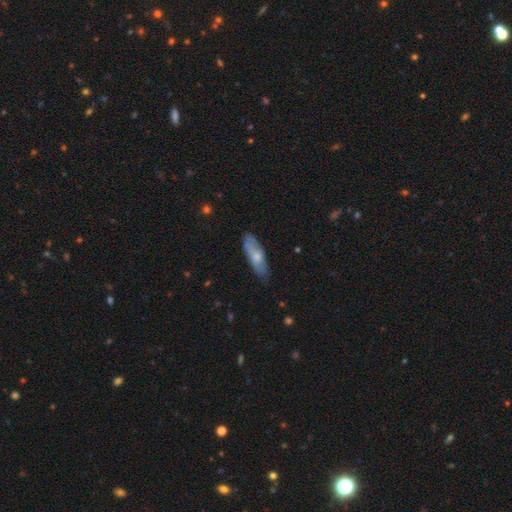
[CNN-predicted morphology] Smooth or featured? Predicted: smooth (p=0.62). How rounded? Predicted: in between (p=0.51). Merging? Predicted: none (p=0.74).